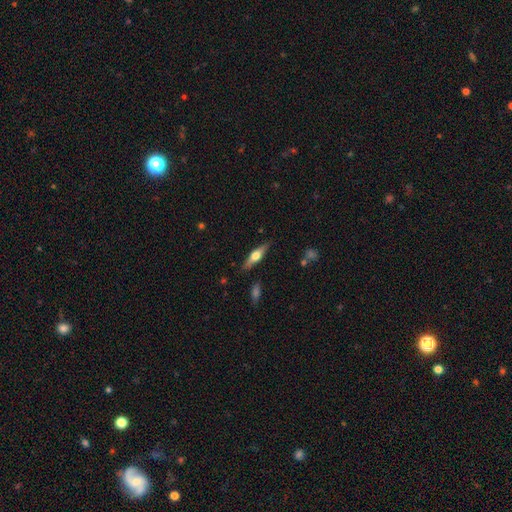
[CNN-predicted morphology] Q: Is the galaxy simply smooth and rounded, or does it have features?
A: featured or disk — 54%.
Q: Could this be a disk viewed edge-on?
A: yes — 93%.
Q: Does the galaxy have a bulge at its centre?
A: rounded — 93%.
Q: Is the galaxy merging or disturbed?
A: none — 85%.